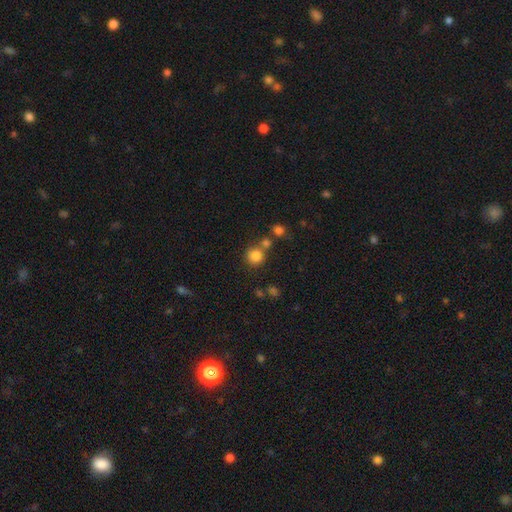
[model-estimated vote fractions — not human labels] Smooth or featured? Predicted: smooth (p=0.81). How rounded? Predicted: round (p=0.90). Merging? Predicted: none (p=0.64).